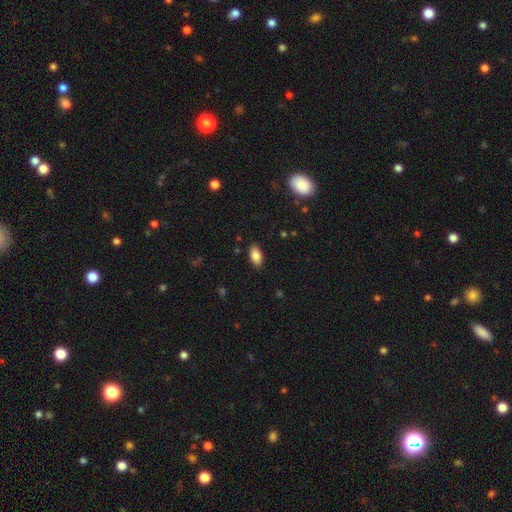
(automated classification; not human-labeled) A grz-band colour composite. It shows a smooth galaxy with no disk features (83%) that is in between round and cigar-shaped (92%). Merging: none (87%).